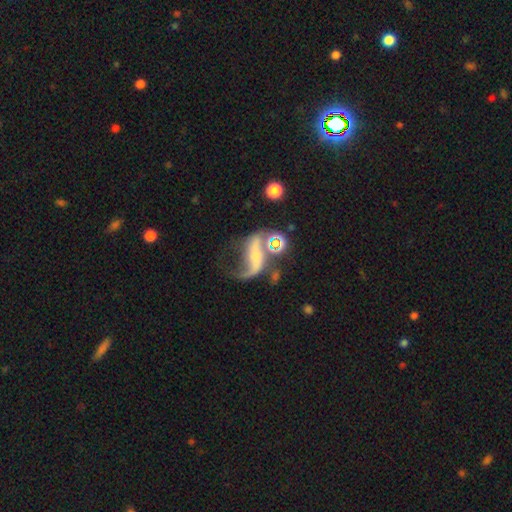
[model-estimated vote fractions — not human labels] Smooth or featured?
  - featured or disk: 75% *
  - smooth: 14%
  - star or artifact: 11%
Edge-on disk?
  - no: 93% *
  - yes: 7%
Bar?
  - no: 39% *
  - strong: 32%
  - weak: 29%
Spiral arms?
  - yes: 88% *
  - no: 12%
Spiral winding?
  - loose: 84% *
  - medium: 13%
  - tight: 4%
Spiral arm count?
  - 2: 71% *
  - 1: 23%
  - can't tell: 3%
  - 3: 1%
  - 4: 1%
  - more than 4: 1%
Bulge size?
  - small: 48% *
  - moderate: 25%
  - none: 19%
  - large: 5%
  - dominant: 3%
Merging?
  - none: 36% *
  - major disturbance: 31%
  - minor disturbance: 18%
  - merger: 16%